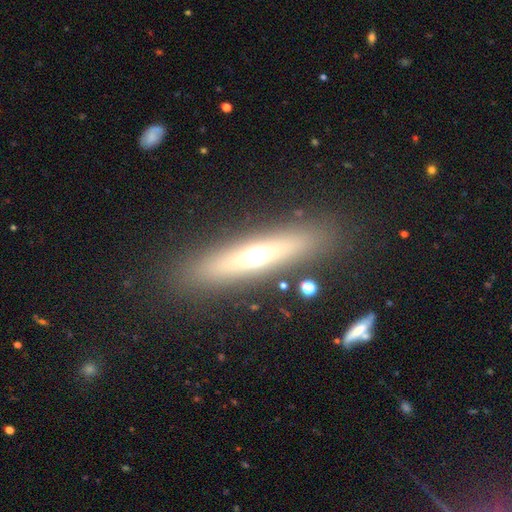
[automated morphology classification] Smooth or featured? Predicted: smooth (p=0.45). Merging? Predicted: none (p=0.86).